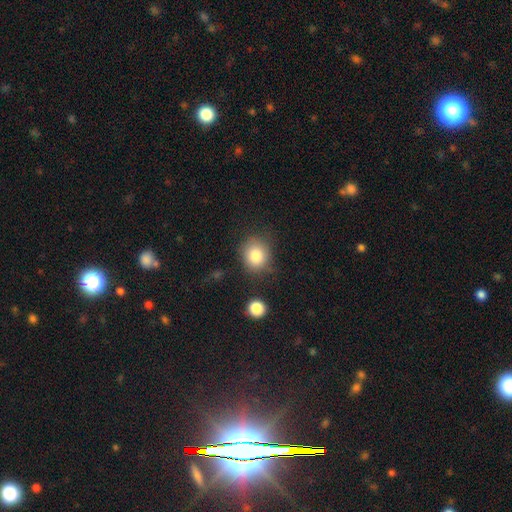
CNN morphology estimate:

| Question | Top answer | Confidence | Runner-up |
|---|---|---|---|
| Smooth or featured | smooth | 81% | star or artifact (10%) |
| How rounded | round | 81% | in between (18%) |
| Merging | none | 77% | minor disturbance (14%) |